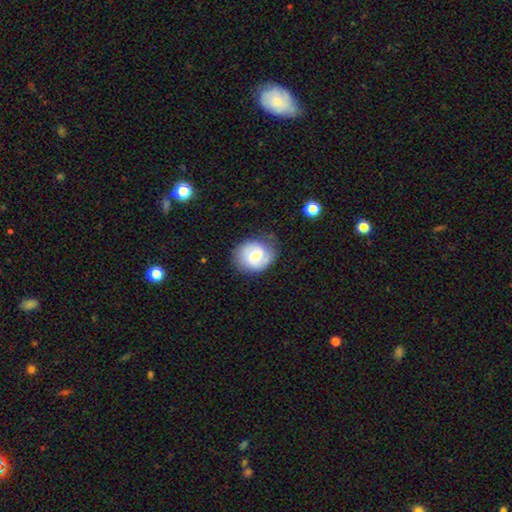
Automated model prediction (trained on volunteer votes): smooth_or_featured: smooth (p=0.48) [alt: featured or disk p=0.45]
merging: none (p=0.75) [alt: minor disturbance p=0.18]